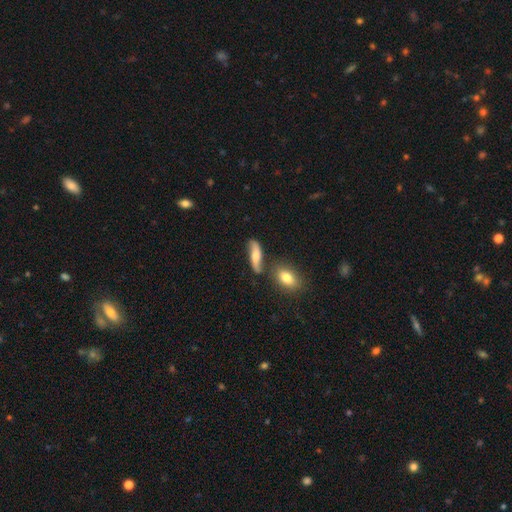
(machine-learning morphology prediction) The model was most divided on "smooth or featured": featured or disk: 48%, smooth: 44%, star or artifact: 8%. More confident: merging — none (59%).